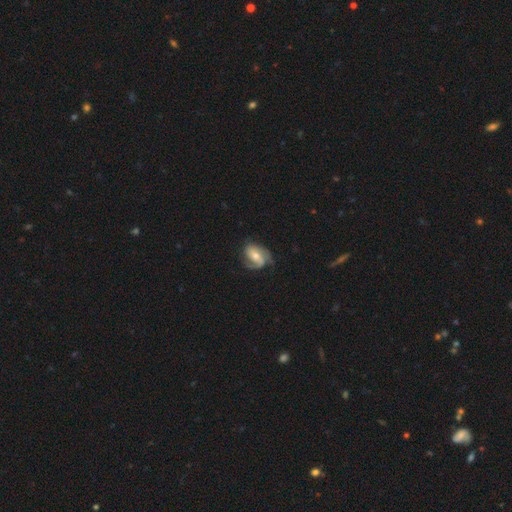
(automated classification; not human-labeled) featured or disk 74%, smooth 20%, star or artifact 6%. Down the decision tree: edge-on disk — no (97%); bar — no (41%); spiral arms — yes (92%); spiral arm count — 2 (61%); spiral winding — medium (42%); bulge size — moderate (59%); merging — none (60%).